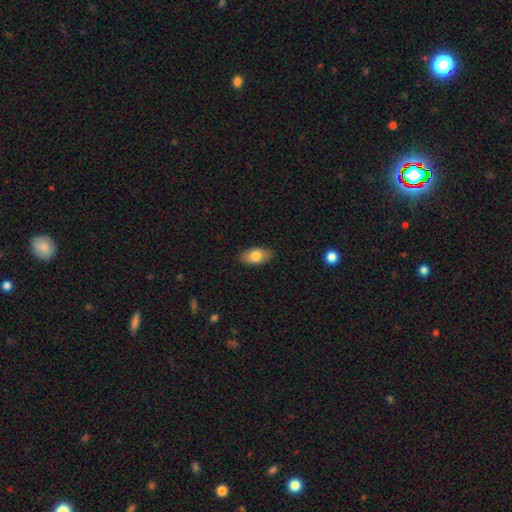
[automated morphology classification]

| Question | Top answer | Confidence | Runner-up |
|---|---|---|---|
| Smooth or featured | smooth | 79% | featured or disk (15%) |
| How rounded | in between | 92% | round (5%) |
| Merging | none | 87% | minor disturbance (10%) |